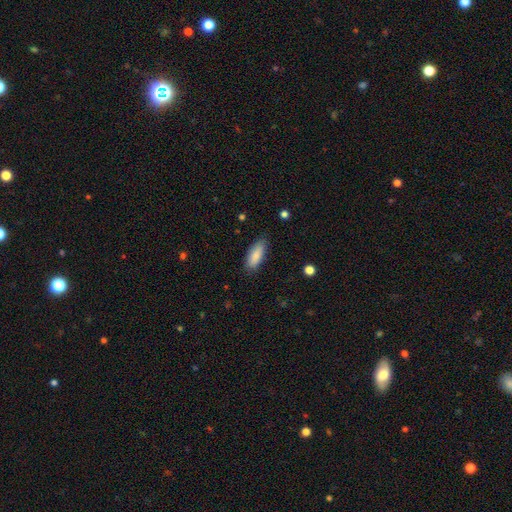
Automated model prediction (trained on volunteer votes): This appears to be a smooth galaxy with no disk features (86%) that is in between round and cigar-shaped (73%). Merging: none (82%).